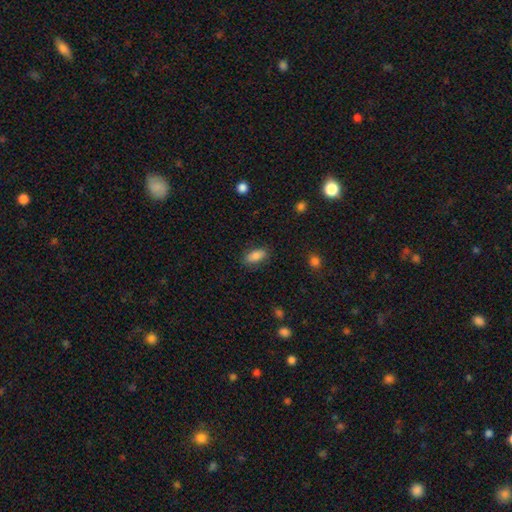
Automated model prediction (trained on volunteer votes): Overall: smooth (84%). How rounded: in between (87%). Merging: none (84%).